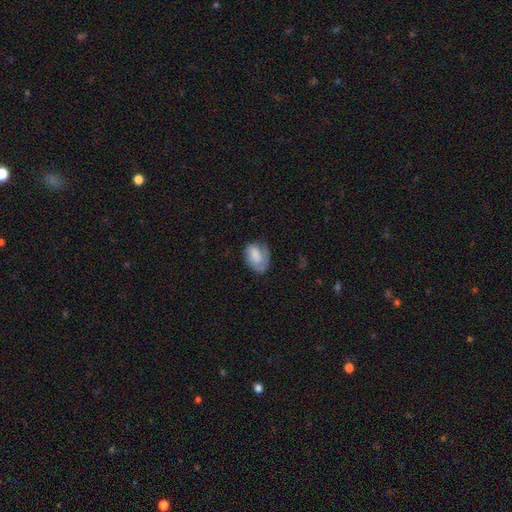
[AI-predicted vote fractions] Smooth or featured? smooth (62%)
How rounded? in between (83%)
Merging? none (53%)